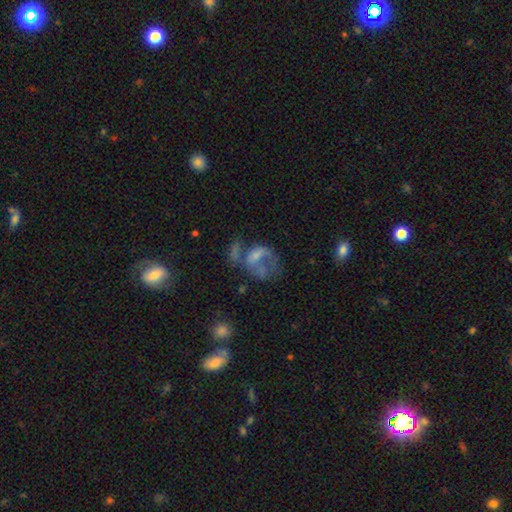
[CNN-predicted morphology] Smooth or featured: featured or disk — 51% (smooth — 31%)
Edge-on disk: no — 97% (yes — 3%)
Merging: major disturbance — 39% (none — 25%)